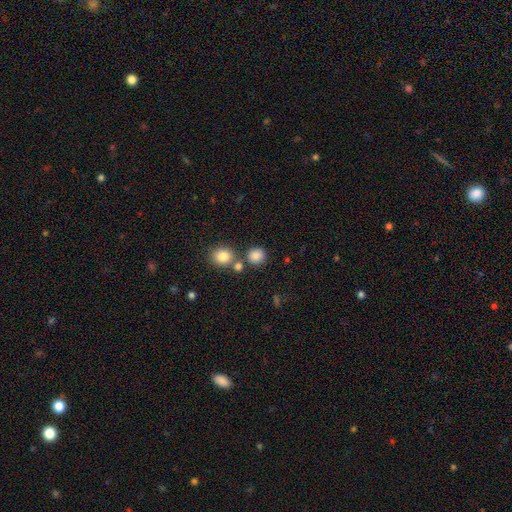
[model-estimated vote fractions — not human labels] Overall: smooth (83%). How rounded: round (87%). Merging: none (73%).